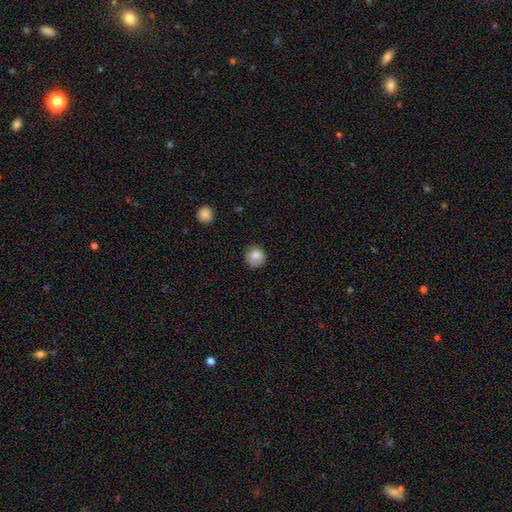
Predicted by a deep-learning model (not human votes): smooth 85%, star or artifact 9%, featured or disk 6%. Down the decision tree: how rounded — round (89%); merging — none (83%).